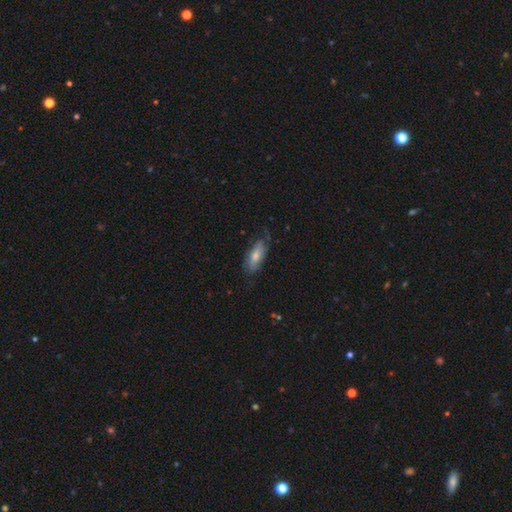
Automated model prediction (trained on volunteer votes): This appears to be a smooth galaxy with no disk features (59%) that is in between round and cigar-shaped (79%). Merging: none (60%).